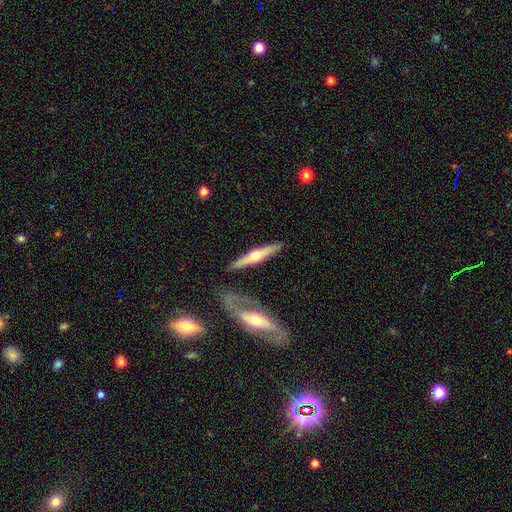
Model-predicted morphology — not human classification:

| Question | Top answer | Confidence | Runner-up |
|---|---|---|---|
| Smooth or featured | featured or disk | 66% | smooth (29%) |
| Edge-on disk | yes | 94% | no (6%) |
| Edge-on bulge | rounded | 93% | none (4%) |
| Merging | none | 83% | minor disturbance (9%) |